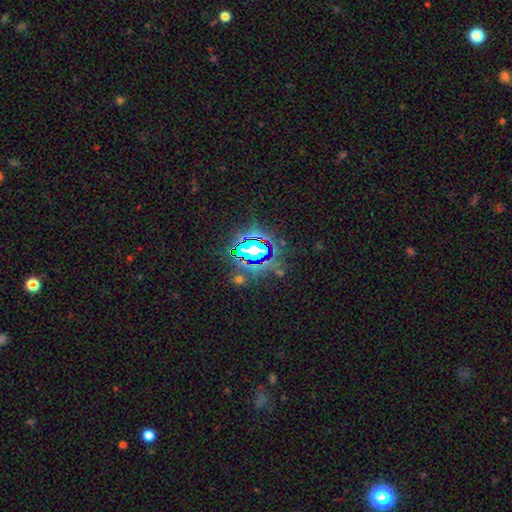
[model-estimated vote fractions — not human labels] The model was most divided on "smooth or featured": star or artifact: 74%, smooth: 15%, featured or disk: 11%.